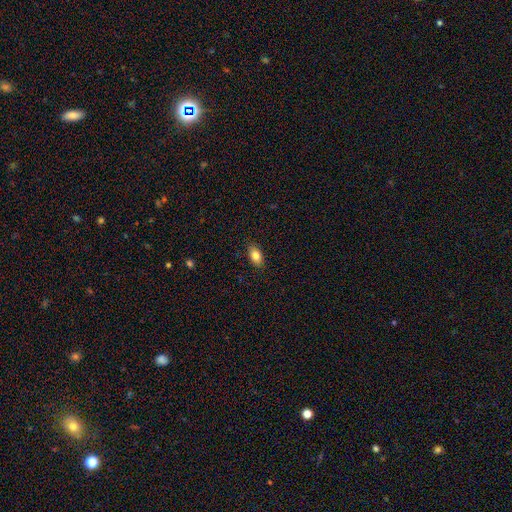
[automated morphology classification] smooth-or-featured: smooth: 83% | featured or disk: 9% | star or artifact: 8%
  how-rounded: in between: 90% | round: 7% | cigar-shaped: 3%
  merging: none: 89% | minor disturbance: 8% | major disturbance: 2% | merger: 1%